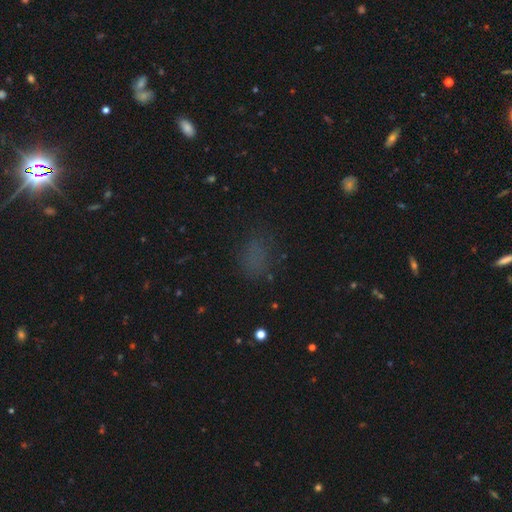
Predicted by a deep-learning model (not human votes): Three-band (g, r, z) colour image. It shows a smooth galaxy with no disk features (62%) that is in between round and cigar-shaped (66%). Merging: none (70%).